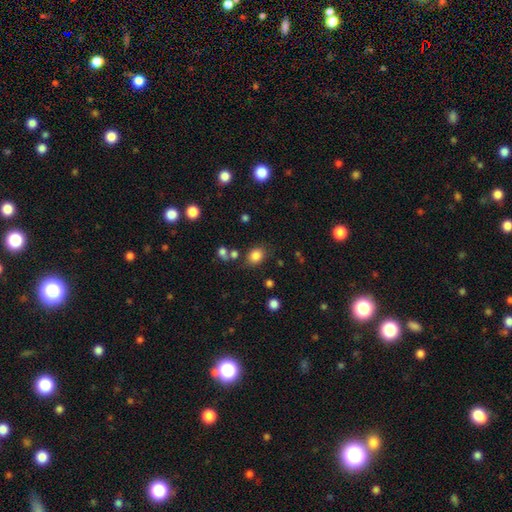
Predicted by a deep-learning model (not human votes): Q: Smooth or featured?
A: smooth (82%); runner-up: star or artifact (12%)
Q: How rounded?
A: in between (51%); runner-up: round (48%)
Q: Merging?
A: none (75%); runner-up: minor disturbance (13%)